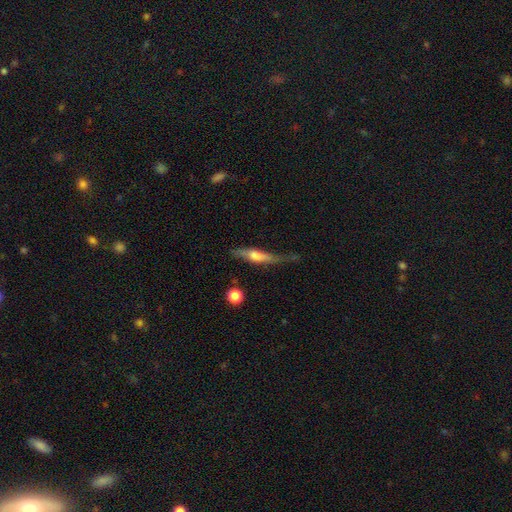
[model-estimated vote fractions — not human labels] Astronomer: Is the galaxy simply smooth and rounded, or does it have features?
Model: featured or disk — 48% (runner-up: smooth, 45%).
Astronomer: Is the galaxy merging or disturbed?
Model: none — 44% (runner-up: minor disturbance, 32%).